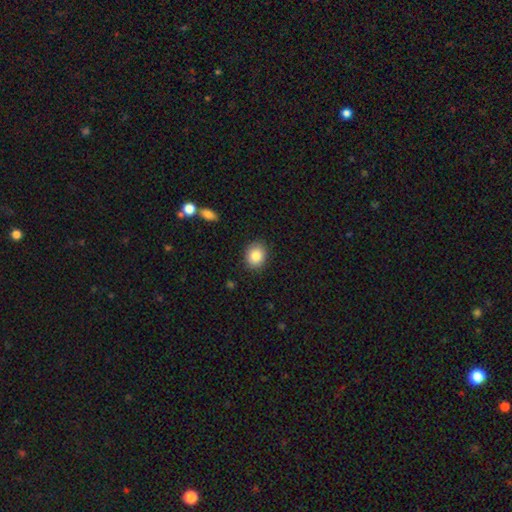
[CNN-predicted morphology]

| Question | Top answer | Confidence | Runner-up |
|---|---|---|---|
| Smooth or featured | smooth | 86% | star or artifact (8%) |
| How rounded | round | 53% | in between (46%) |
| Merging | none | 87% | minor disturbance (9%) |